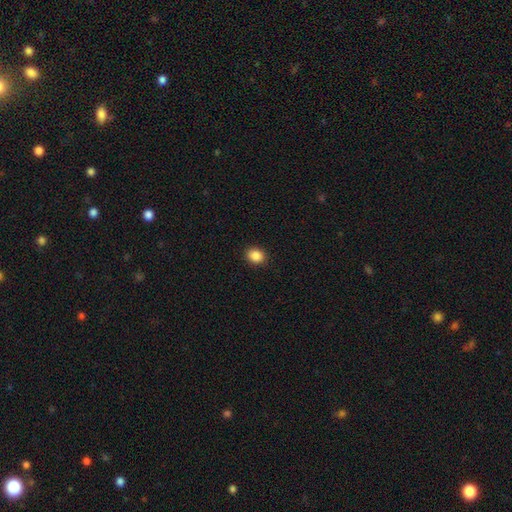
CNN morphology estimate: Smooth or featured? Predicted: smooth (p=0.87). How rounded? Predicted: round (p=0.57). Merging? Predicted: none (p=0.91).